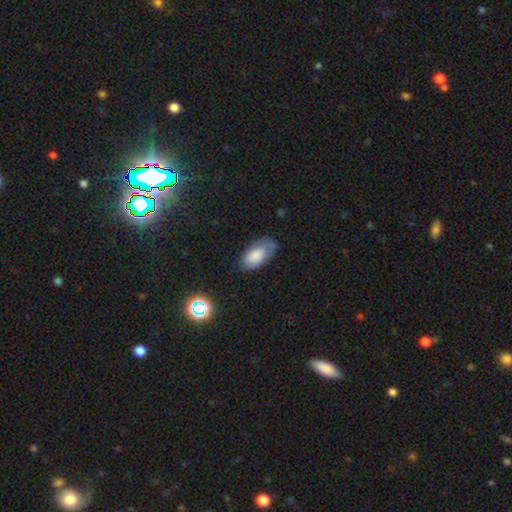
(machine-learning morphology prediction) smooth 80%, featured or disk 12%, star or artifact 8%. Down the decision tree: how rounded — in between (93%); merging — none (62%).